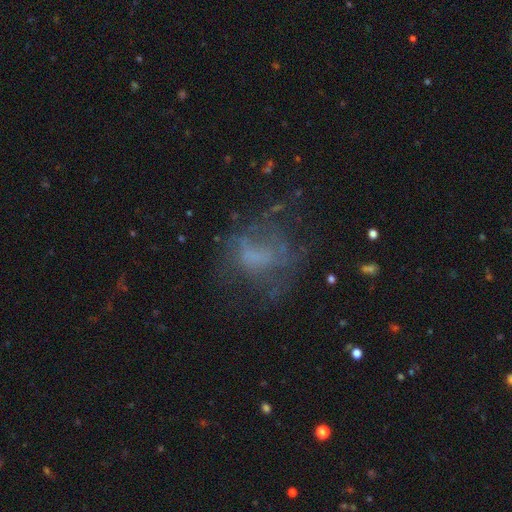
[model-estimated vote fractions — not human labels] Smooth or featured? Predicted: featured or disk (p=0.46). Merging? Predicted: none (p=0.48).